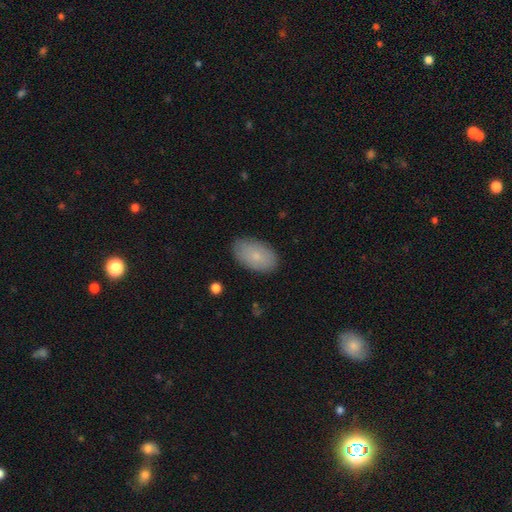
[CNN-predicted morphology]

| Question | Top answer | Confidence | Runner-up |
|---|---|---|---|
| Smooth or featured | smooth | 78% | featured or disk (15%) |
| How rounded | in between | 93% | round (5%) |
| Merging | none | 85% | minor disturbance (12%) |